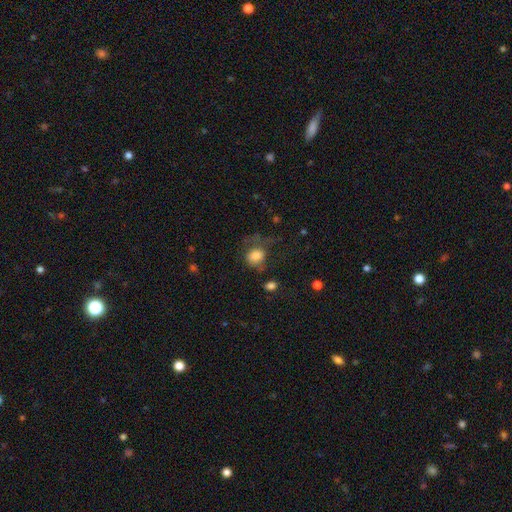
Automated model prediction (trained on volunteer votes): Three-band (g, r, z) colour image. It shows a smooth galaxy with no disk features (79%) that is round (61%). Merging: none (41%).